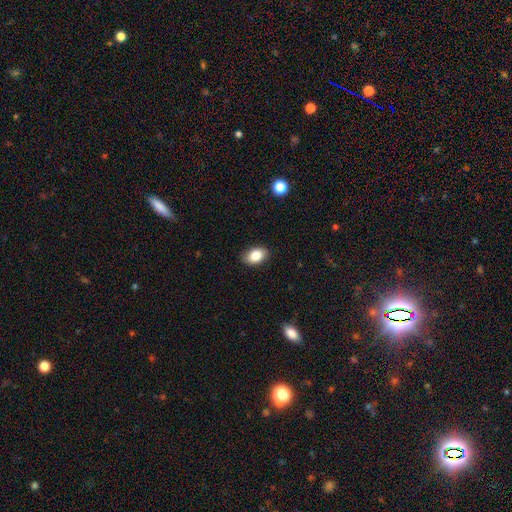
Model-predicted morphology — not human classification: A smooth galaxy with no disk features (85%) that is in between round and cigar-shaped (87%).

Vote fractions:
- Smooth or featured? smooth: 85% / star or artifact: 8% / featured or disk: 7%
- How rounded? in between: 87% / round: 12% / cigar-shaped: 1%
- Merging? none: 88% / minor disturbance: 9% / major disturbance: 2% / merger: 1%